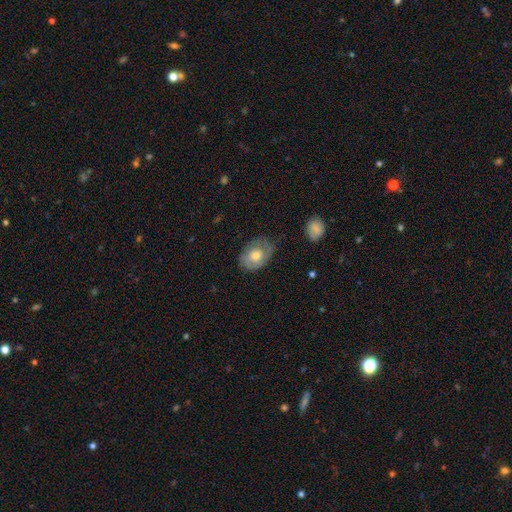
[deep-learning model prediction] Smooth or featured? Predicted: featured or disk (p=0.48). Merging? Predicted: none (p=0.66).